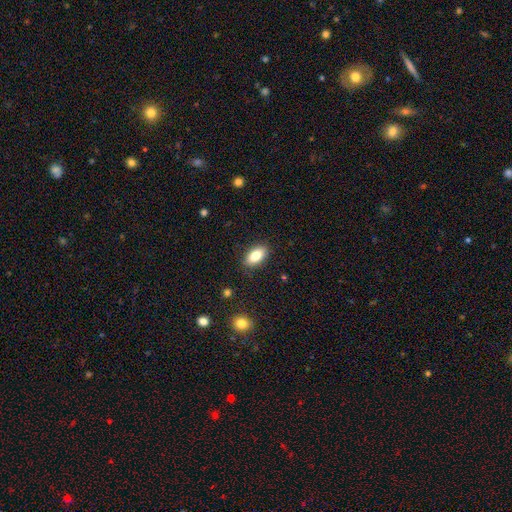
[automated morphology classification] smooth_or_featured: smooth (p=0.84) [alt: featured or disk p=0.09]
how_rounded: in between (p=0.92) [alt: cigar-shaped p=0.04]
merging: none (p=0.88) [alt: minor disturbance p=0.08]